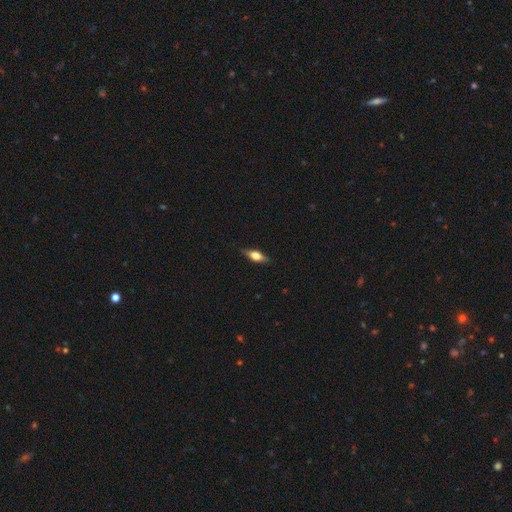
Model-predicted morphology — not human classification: This is possibly a featured or disk galaxy (47%). Merging: clearly none (84%).